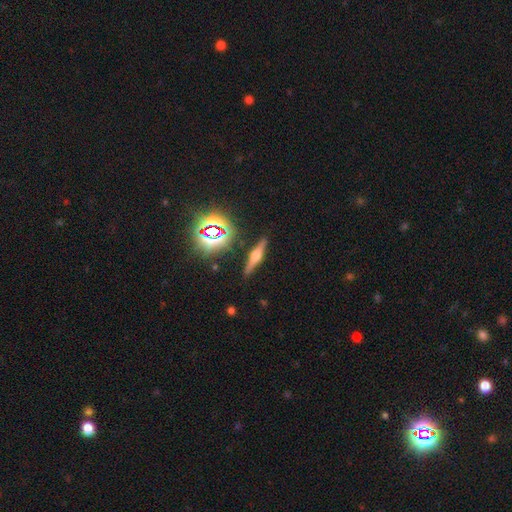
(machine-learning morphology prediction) smooth-or-featured: featured or disk: 65% | smooth: 22% | star or artifact: 13%
  disk-edge-on: yes: 96% | no: 4%
    edge-on-bulge: rounded: 92% | boxy: 6% | none: 2%
  merging: none: 89% | minor disturbance: 7% | major disturbance: 2% | merger: 2%